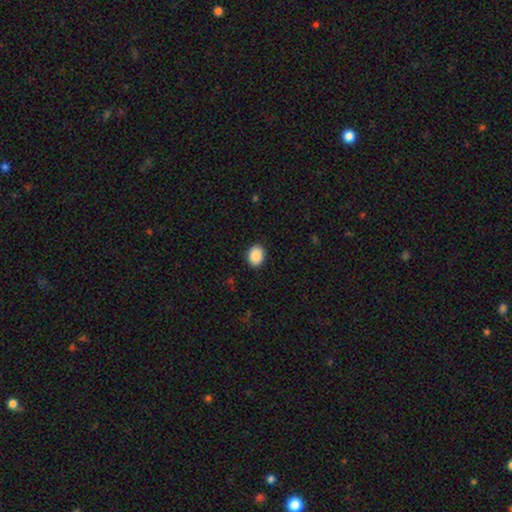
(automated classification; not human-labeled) Smooth or featured: smooth — 89% (star or artifact — 7%)
How rounded: in between — 65% (round — 34%)
Merging: none — 90% (minor disturbance — 7%)